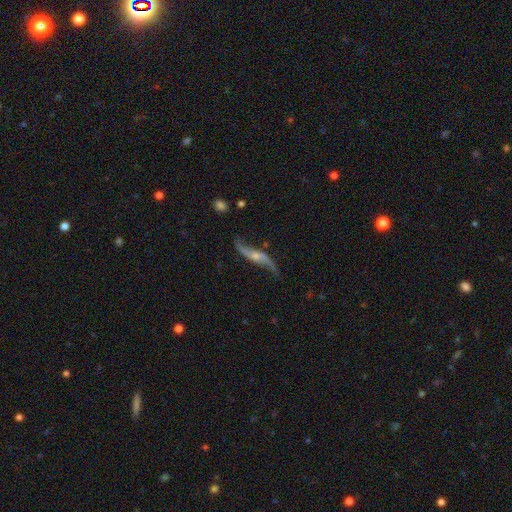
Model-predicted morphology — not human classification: Smooth or featured: featured or disk — 86% (smooth — 8%)
Edge-on disk: no — 77% (yes — 23%)
Bar: no — 58% (weak — 28%)
Spiral arms: yes — 94% (no — 6%)
Spiral winding: loose — 91% (medium — 6%)
Spiral arm count: 2 — 93% (1 — 2%)
Bulge size: small — 56% (moderate — 32%)
Merging: none — 73% (minor disturbance — 17%)